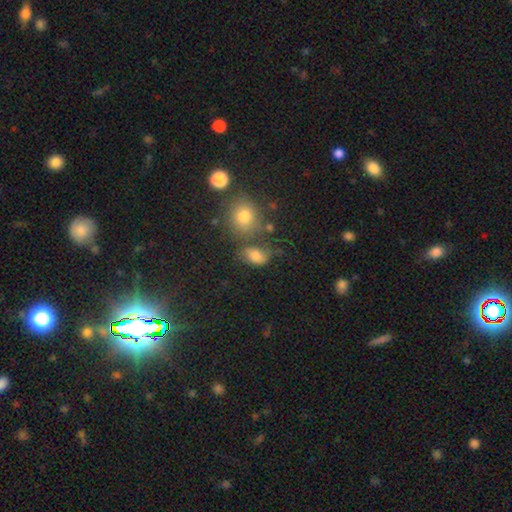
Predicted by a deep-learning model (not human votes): Q: Smooth or featured?
A: smooth (70%); runner-up: star or artifact (16%)
Q: How rounded?
A: in between (72%); runner-up: round (26%)
Q: Merging?
A: none (44%); runner-up: minor disturbance (24%)